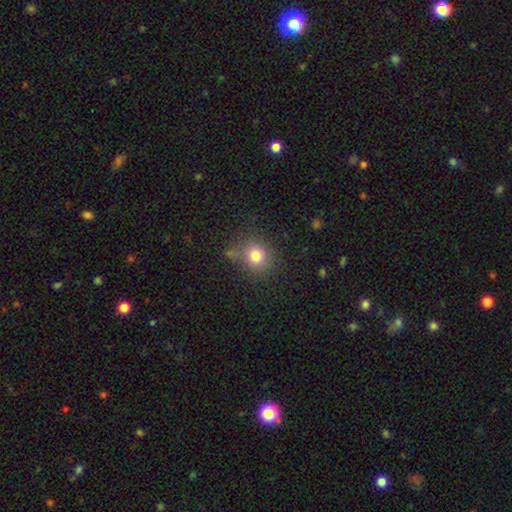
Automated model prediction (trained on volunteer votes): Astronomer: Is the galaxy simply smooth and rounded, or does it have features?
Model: smooth — 77%.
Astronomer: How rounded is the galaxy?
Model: round — 84%.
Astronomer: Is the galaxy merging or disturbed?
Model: none — 77%.